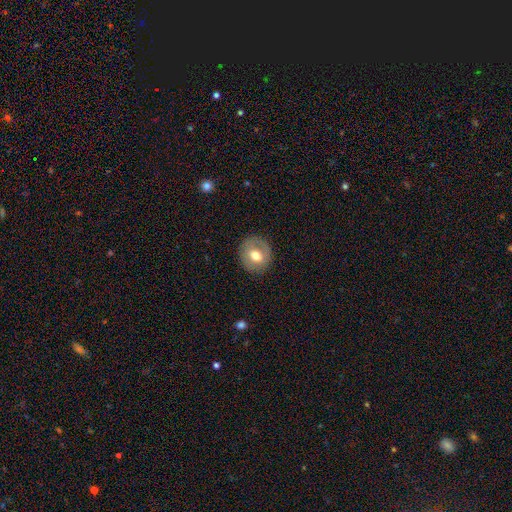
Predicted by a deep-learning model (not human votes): This is possibly a smooth galaxy (60%). How rounded: clearly round (81%). Merging: clearly none (85%).